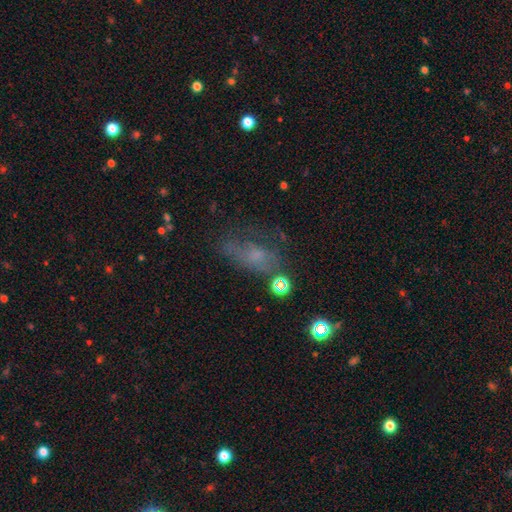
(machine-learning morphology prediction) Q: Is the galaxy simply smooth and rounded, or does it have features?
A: smooth — 47%.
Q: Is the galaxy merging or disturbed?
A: none — 43%.